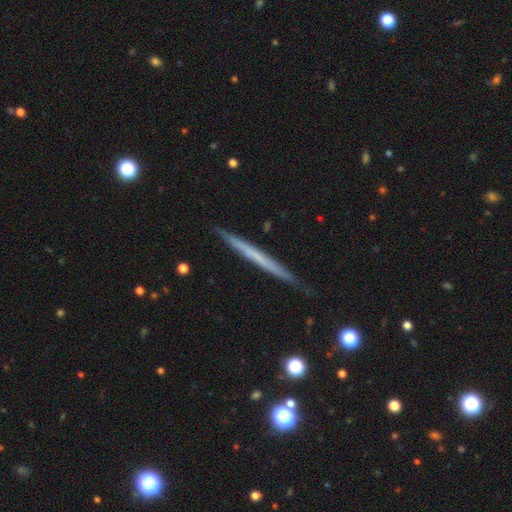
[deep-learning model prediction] Smooth or featured: featured or disk — 51% (smooth — 43%)
Edge-on disk: yes — 97% (no — 3%)
Merging: none — 89% (minor disturbance — 8%)